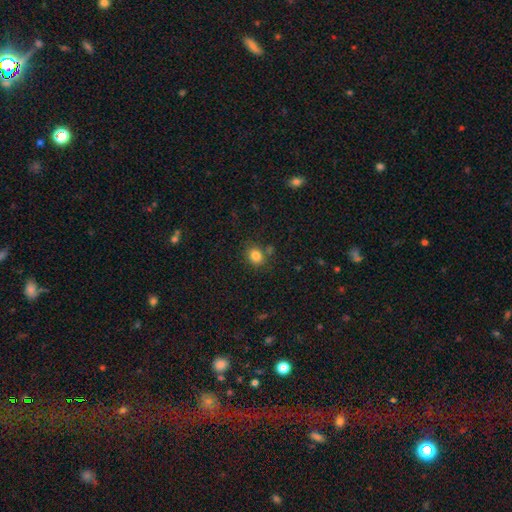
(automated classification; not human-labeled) A smooth galaxy with no disk features (83%) that is round (65%).

Vote fractions:
- Smooth or featured? smooth: 83% / star or artifact: 11% / featured or disk: 6%
- How rounded? round: 65% / in between: 34% / cigar-shaped: 1%
- Merging? none: 76% / minor disturbance: 12% / merger: 8% / major disturbance: 4%